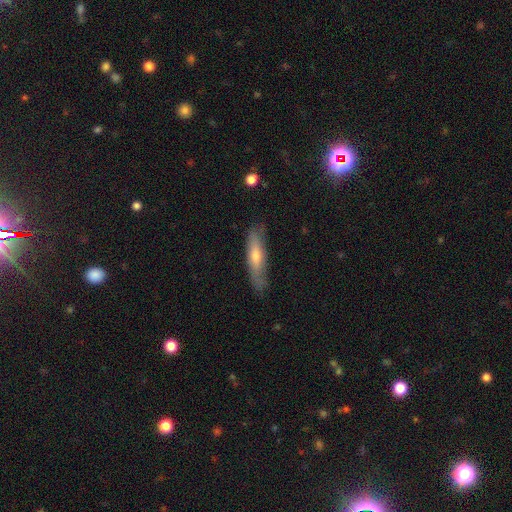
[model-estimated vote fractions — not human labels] A smooth galaxy with no disk features (53%) that is cigar-shaped (74%).

Vote fractions:
- Smooth or featured? smooth: 53% / featured or disk: 41% / star or artifact: 6%
- How rounded? cigar-shaped: 74% / in between: 24% / round: 2%
- Merging? none: 76% / minor disturbance: 18% / major disturbance: 4% / merger: 1%